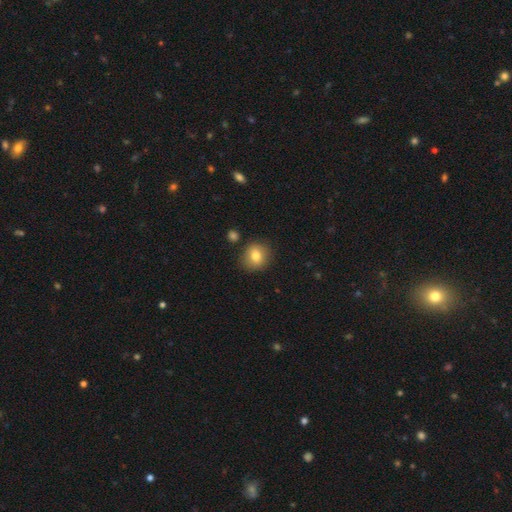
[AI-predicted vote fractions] smooth-or-featured: smooth: 80% | featured or disk: 10% | star or artifact: 10%
  how-rounded: round: 83% | in between: 16% | cigar-shaped: 1%
  merging: none: 84% | minor disturbance: 10% | merger: 3% | major disturbance: 3%